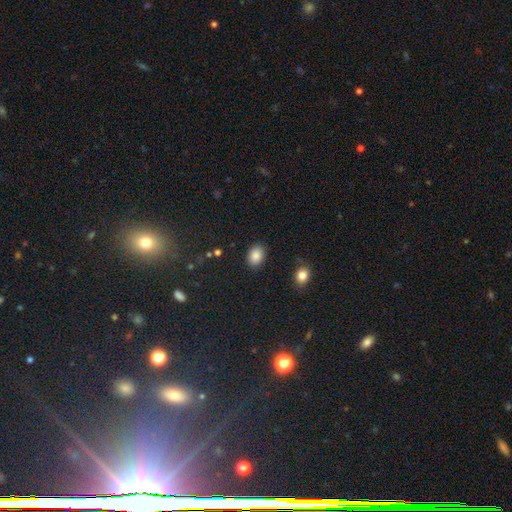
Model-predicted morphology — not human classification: Smooth or featured? smooth (87%)
How rounded? in between (75%)
Merging? none (86%)